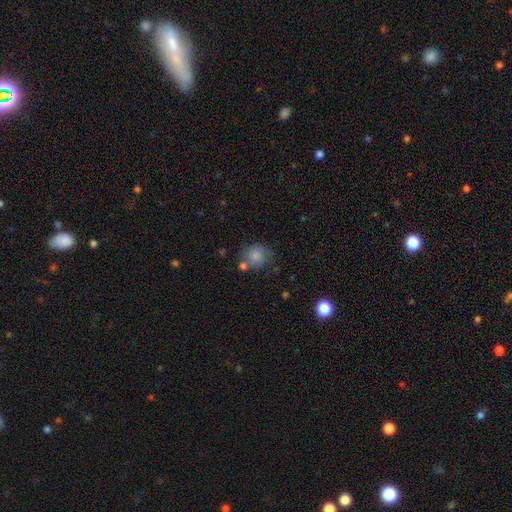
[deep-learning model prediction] smooth-or-featured: smooth: 72% | featured or disk: 18% | star or artifact: 9%
  how-rounded: round: 79% | in between: 20% | cigar-shaped: 1%
  merging: none: 50% | minor disturbance: 24% | merger: 14% | major disturbance: 12%